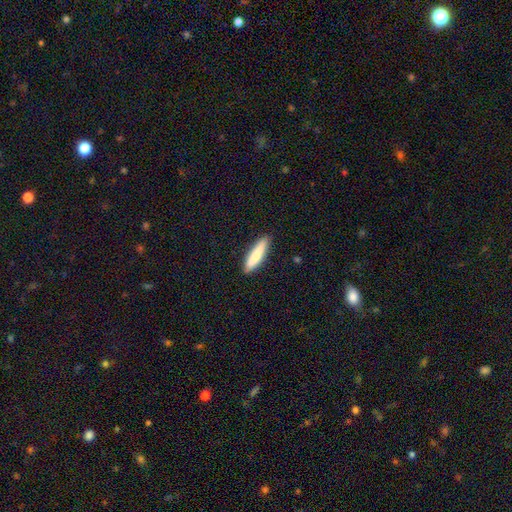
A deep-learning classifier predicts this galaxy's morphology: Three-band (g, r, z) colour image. It shows a smooth galaxy with no disk features (82%) that is cigar-shaped (80%). Merging: none (89%).